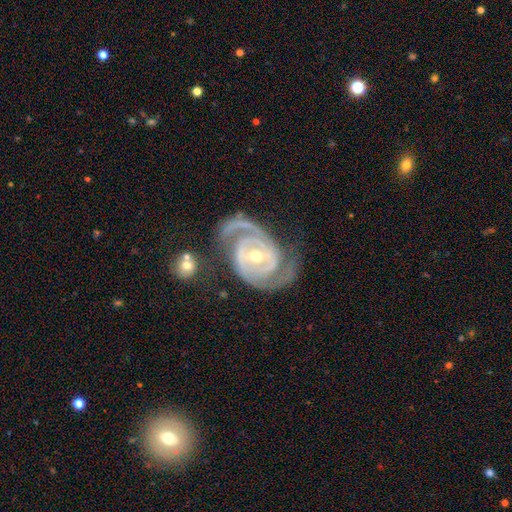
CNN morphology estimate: Smooth or featured?
  - featured or disk: 92% *
  - star or artifact: 5%
  - smooth: 4%
Edge-on disk?
  - no: 97% *
  - yes: 3%
Bar?
  - no: 38% *
  - weak: 35%
  - strong: 26%
Spiral arms?
  - yes: 98% *
  - no: 2%
Spiral winding?
  - tight: 57% *
  - medium: 36%
  - loose: 7%
Spiral arm count?
  - 2: 84% *
  - 3: 7%
  - can't tell: 4%
  - 1: 2%
  - 4: 2%
  - more than 4: 2%
Bulge size?
  - moderate: 52% *
  - small: 45%
  - large: 2%
  - none: 1%
  - dominant: 1%
Merging?
  - none: 65% *
  - minor disturbance: 18%
  - major disturbance: 11%
  - merger: 5%